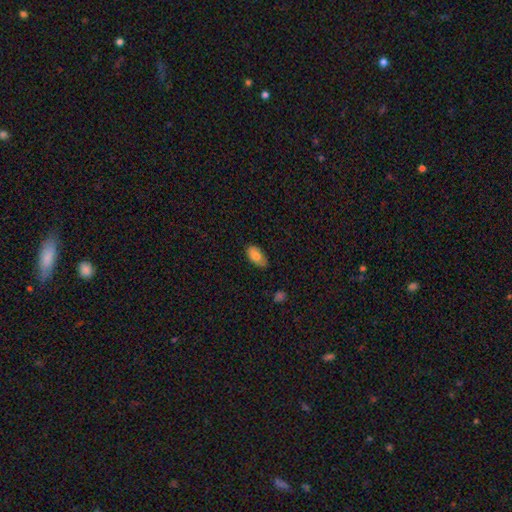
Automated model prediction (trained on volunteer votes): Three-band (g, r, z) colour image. It shows a smooth galaxy with no disk features (77%) that is in between round and cigar-shaped (93%). Merging: none (78%).